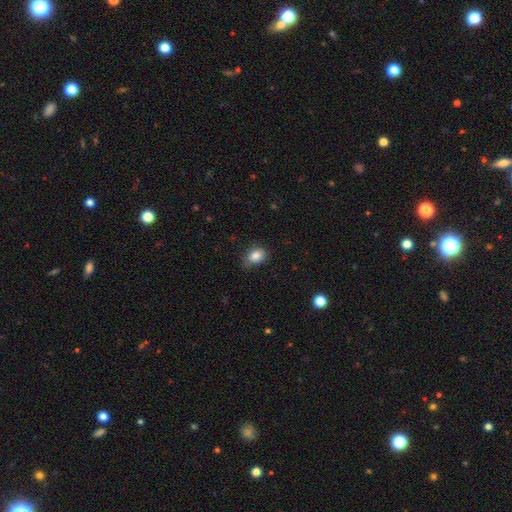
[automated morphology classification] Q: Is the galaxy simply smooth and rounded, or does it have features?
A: smooth — 85%.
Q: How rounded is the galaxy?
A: in between — 74%.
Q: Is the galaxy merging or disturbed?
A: none — 65%.